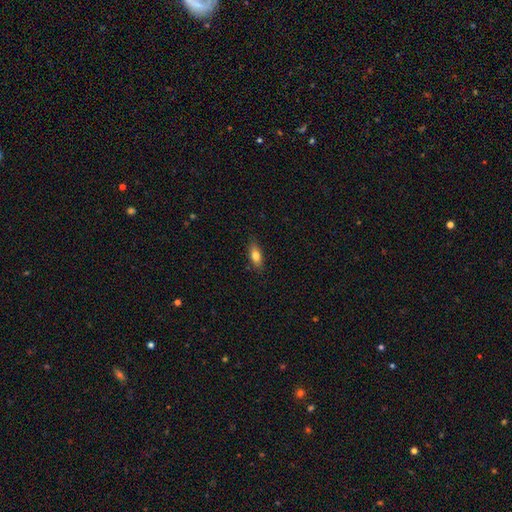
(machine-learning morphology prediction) Overall: smooth (78%). How rounded: in between (78%). Merging: none (84%).